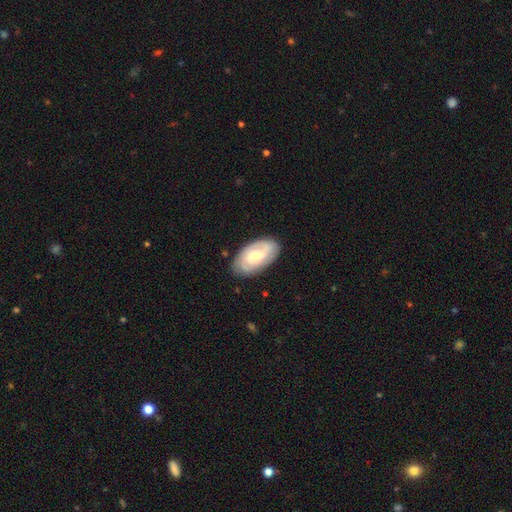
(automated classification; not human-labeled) featured or disk 60%, smooth 34%, star or artifact 6%. Down the decision tree: edge-on disk — no (95%); bar — weak (49%); spiral arms — yes (83%); bulge size — moderate (52%); merging — none (81%).